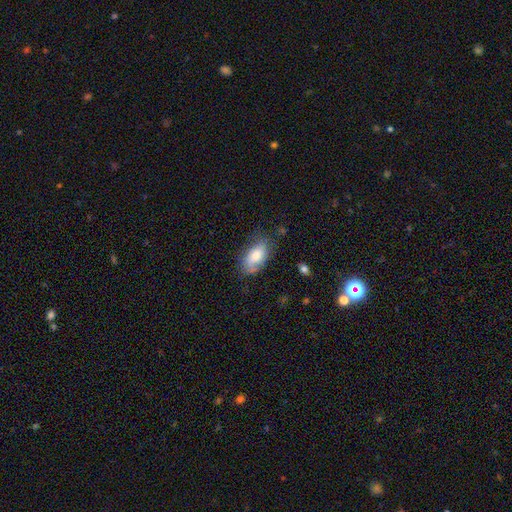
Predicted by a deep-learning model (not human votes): This is likely a smooth galaxy (74%). How rounded: clearly in between (93%). Merging: likely none (63%).